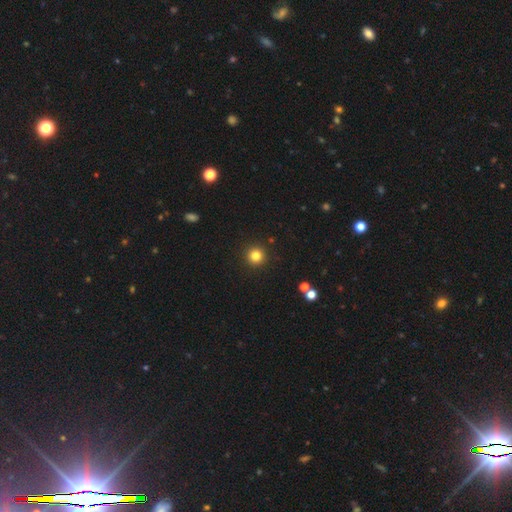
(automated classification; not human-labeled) The model was most divided on "smooth or featured": smooth: 82%, star or artifact: 13%, featured or disk: 6%. More confident: how rounded — round (96%); merging — none (92%).